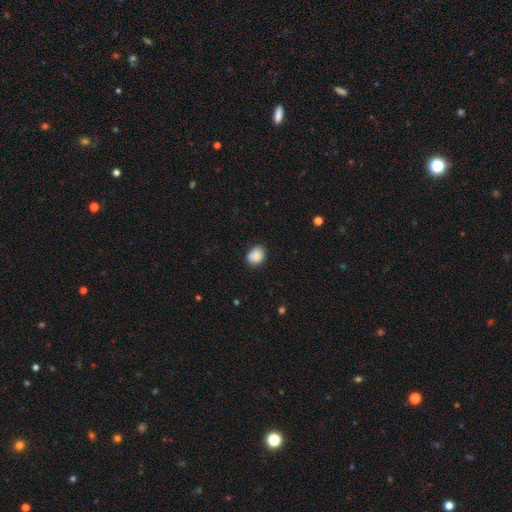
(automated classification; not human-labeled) A smooth galaxy with no disk features (85%) that is in between round and cigar-shaped (52%). Merging: none (69%).